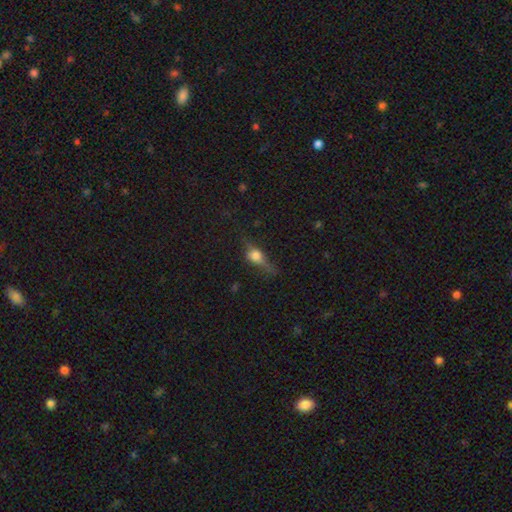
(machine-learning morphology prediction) Smooth or featured: smooth — 53% (featured or disk — 33%)
How rounded: in between — 57% (round — 22%)
Merging: none — 43% (minor disturbance — 28%)